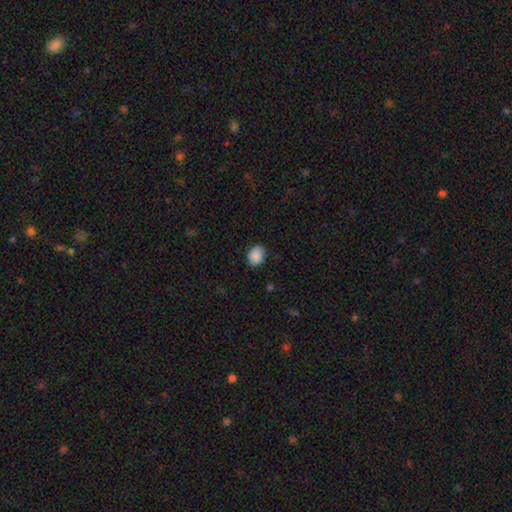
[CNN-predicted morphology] The model was most divided on "how rounded": in between: 60%, round: 39%, cigar-shaped: 1%. More confident: smooth or featured — smooth (89%); merging — none (82%).